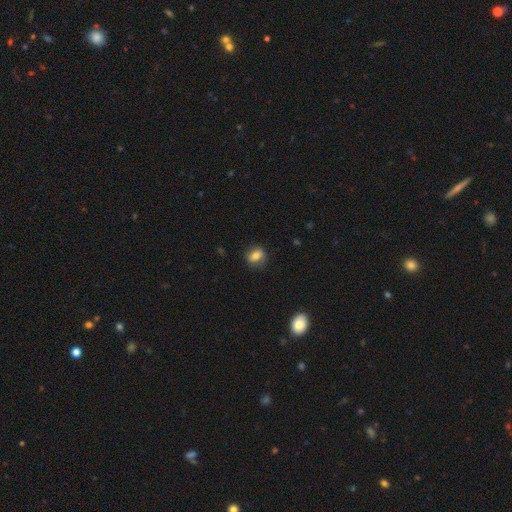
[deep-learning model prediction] This appears to be a smooth galaxy with no disk features (74%) that is in between round and cigar-shaped (56%). Merging: none (75%).